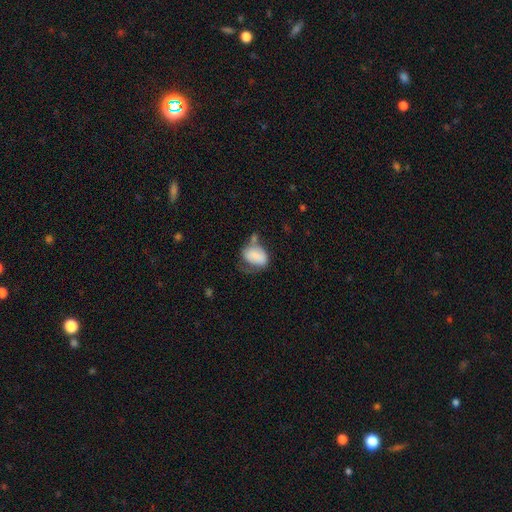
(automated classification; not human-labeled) smooth_or_featured: smooth (p=0.77) [alt: featured or disk p=0.15]
how_rounded: in between (p=0.80) [alt: round p=0.19]
merging: none (p=0.32) [alt: minor disturbance p=0.30]